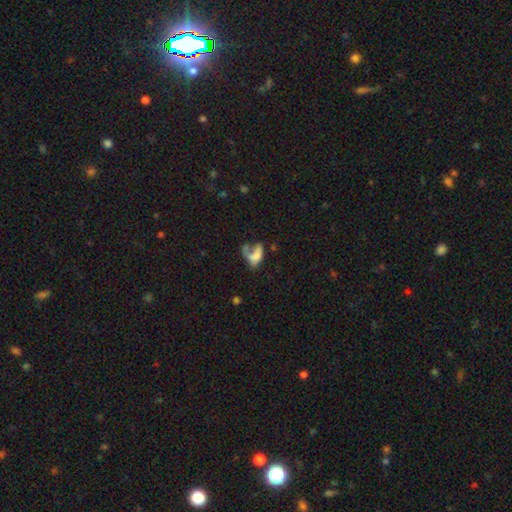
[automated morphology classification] smooth-or-featured: smooth: 58% | featured or disk: 30% | star or artifact: 13%
  how-rounded: in between: 84% | round: 10% | cigar-shaped: 6%
  merging: major disturbance: 34% | merger: 33% | none: 19% | minor disturbance: 13%